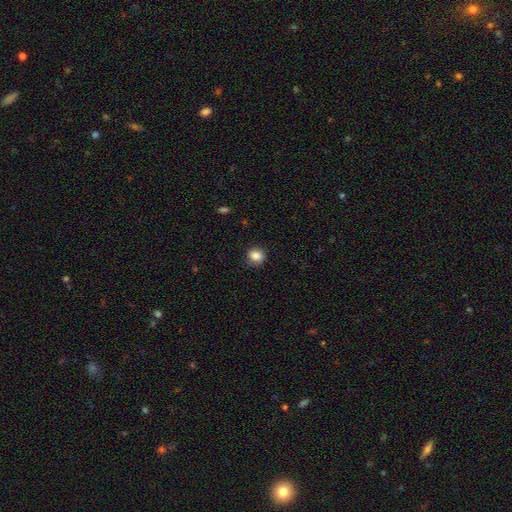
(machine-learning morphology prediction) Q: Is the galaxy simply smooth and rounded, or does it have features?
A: smooth — 85%.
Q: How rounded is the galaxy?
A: round — 81%.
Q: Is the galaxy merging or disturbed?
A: none — 86%.